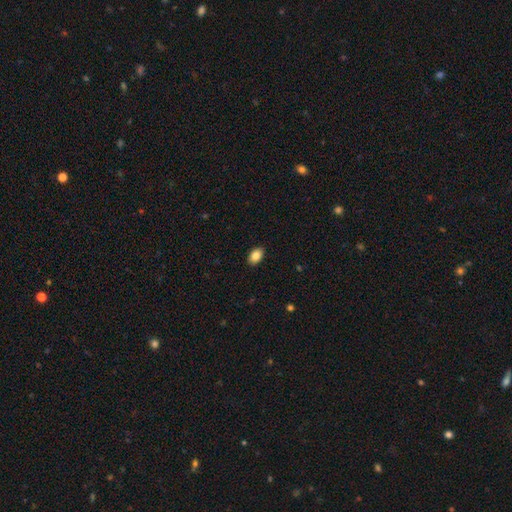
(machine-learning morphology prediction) A smooth galaxy with no disk features (86%) that is in between round and cigar-shaped (90%).

Vote fractions:
- Smooth or featured? smooth: 86% / star or artifact: 8% / featured or disk: 6%
- How rounded? in between: 90% / round: 9% / cigar-shaped: 1%
- Merging? none: 90% / minor disturbance: 8% / major disturbance: 2% / merger: 1%